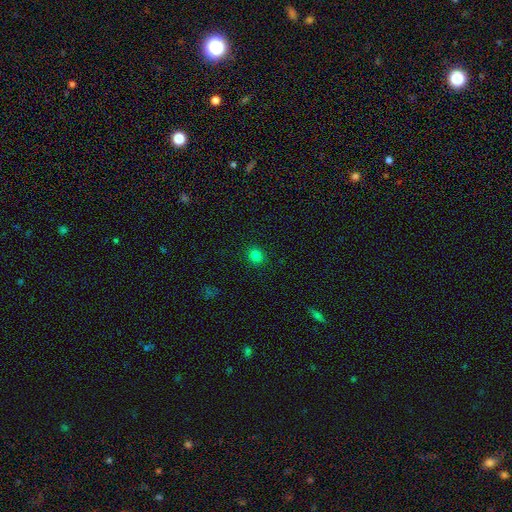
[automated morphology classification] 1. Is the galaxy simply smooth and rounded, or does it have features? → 81% smooth, 14% star or artifact, 5% featured or disk.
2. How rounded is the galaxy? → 74% round, 25% in between, 1% cigar-shaped.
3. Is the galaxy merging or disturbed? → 91% none, 6% minor disturbance, 2% major disturbance, 1% merger.